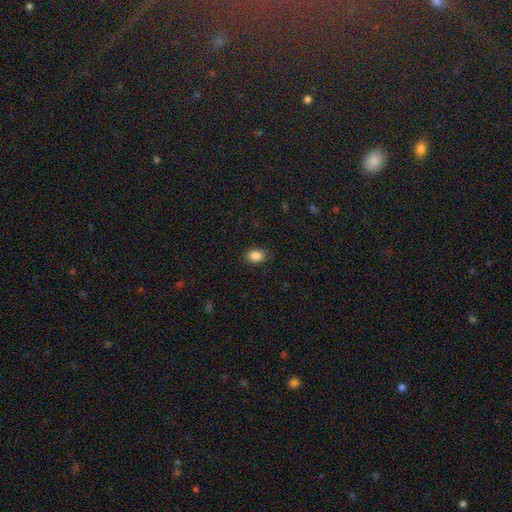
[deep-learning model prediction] This is clearly a smooth galaxy (86%). How rounded: likely in between (76%). Merging: clearly none (85%).